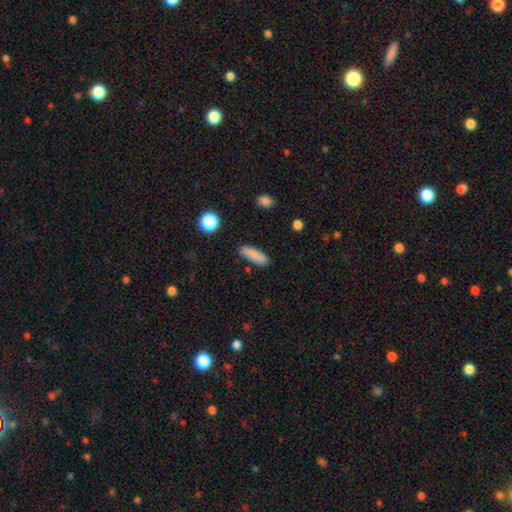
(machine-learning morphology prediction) smooth-or-featured: smooth: 85% | star or artifact: 8% | featured or disk: 7%
  how-rounded: cigar-shaped: 51% | in between: 46% | round: 3%
  merging: none: 84% | minor disturbance: 11% | major disturbance: 3% | merger: 2%